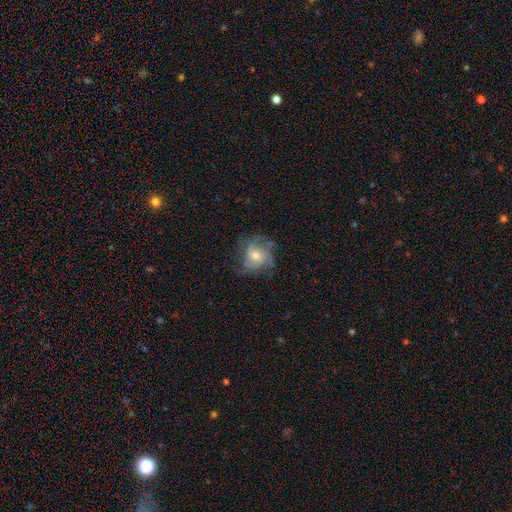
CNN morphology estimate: smooth-or-featured: featured or disk: 71% | smooth: 20% | star or artifact: 9%
  disk-edge-on: no: 97% | yes: 3%
    bar: no: 73% | weak: 23% | strong: 4%
    has-spiral-arms: yes: 90% | no: 10%
      spiral-winding: medium: 43% | tight: 38% | loose: 19%
      spiral-arm-count: can't tell: 30% | 3: 26% | 4: 20% | 2: 12% | more than 4: 7% | 1: 6%
    bulge-size: moderate: 59% | small: 34% | large: 5% | none: 1% | dominant: 1%
  merging: none: 66% | minor disturbance: 20% | major disturbance: 13% | merger: 1%